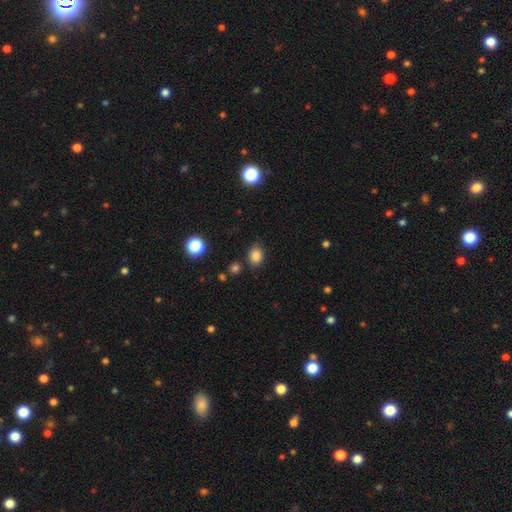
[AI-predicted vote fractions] Smooth or featured? Predicted: smooth (p=0.85). How rounded? Predicted: in between (p=0.68). Merging? Predicted: none (p=0.79).